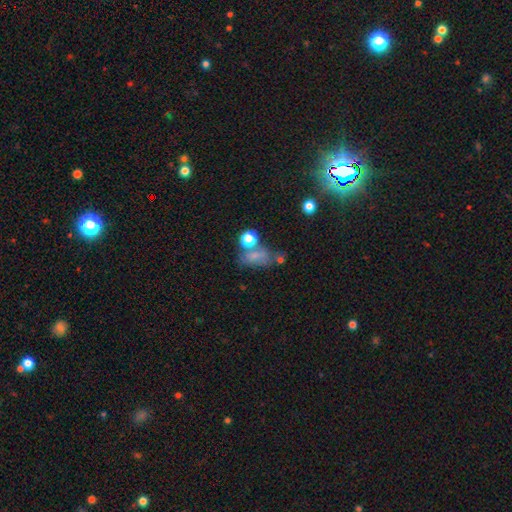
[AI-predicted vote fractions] Morphology: type=smooth (63%); roundness=in between (73%); merging=none (39%).